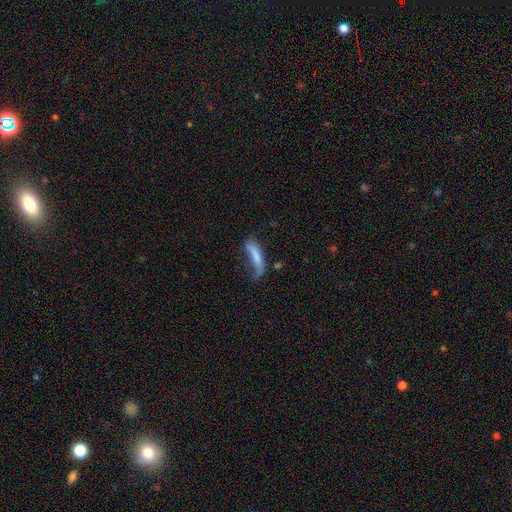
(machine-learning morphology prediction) smooth 67%, featured or disk 25%, star or artifact 8%. Down the decision tree: how rounded — cigar-shaped (74%); merging — none (33%).